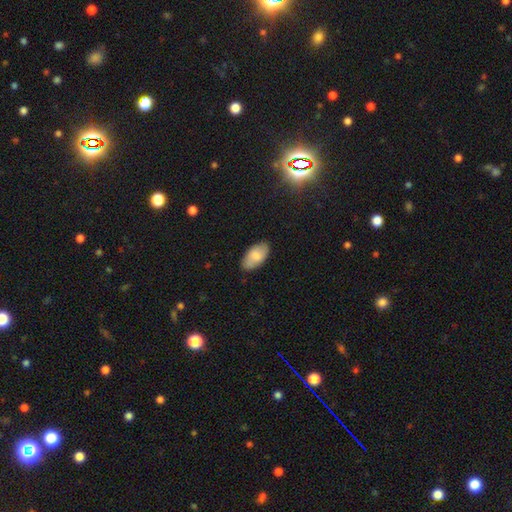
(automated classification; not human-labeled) smooth_or_featured: smooth (p=0.77) [alt: featured or disk p=0.17]
how_rounded: in between (p=0.95) [alt: round p=0.03]
merging: none (p=0.83) [alt: minor disturbance p=0.13]